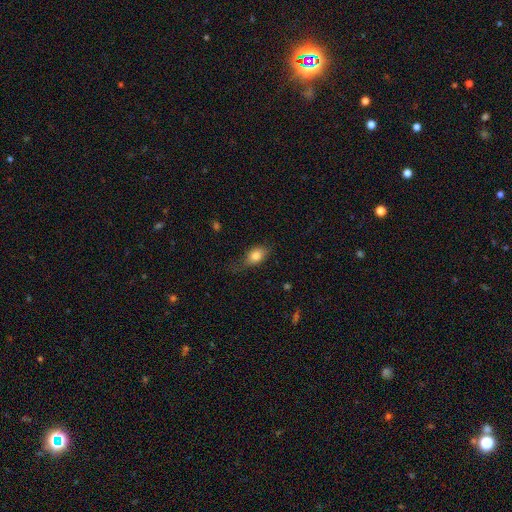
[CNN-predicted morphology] This appears to be a smooth galaxy with no disk features (81%) that is in between round and cigar-shaped (80%). Merging: none (50%).